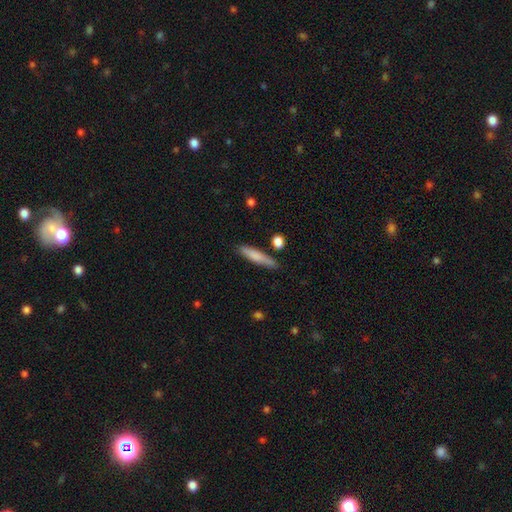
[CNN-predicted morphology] Smooth or featured? smooth (74%)
How rounded? cigar-shaped (86%)
Merging? none (80%)